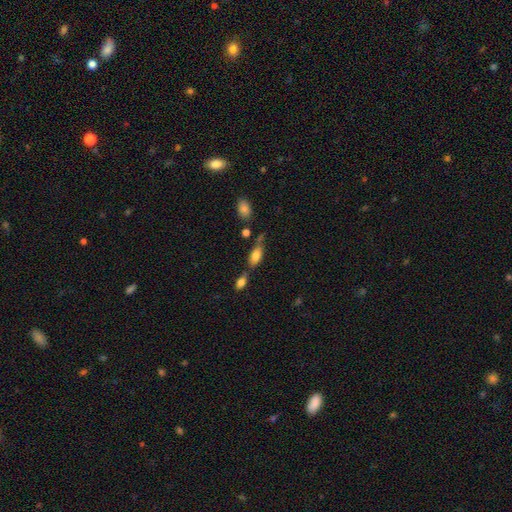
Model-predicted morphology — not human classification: smooth-or-featured: smooth: 74% | featured or disk: 18% | star or artifact: 8%
  how-rounded: in between: 83% | cigar-shaped: 13% | round: 4%
  merging: none: 52% | merger: 23% | minor disturbance: 19% | major disturbance: 7%